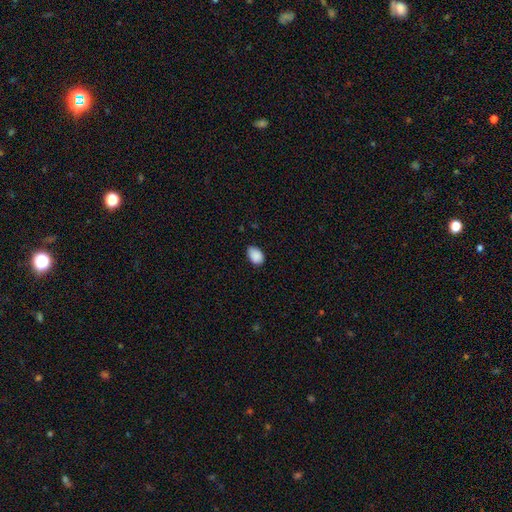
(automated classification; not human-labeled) Overall: smooth (89%). How rounded: in between (84%). Merging: none (72%).